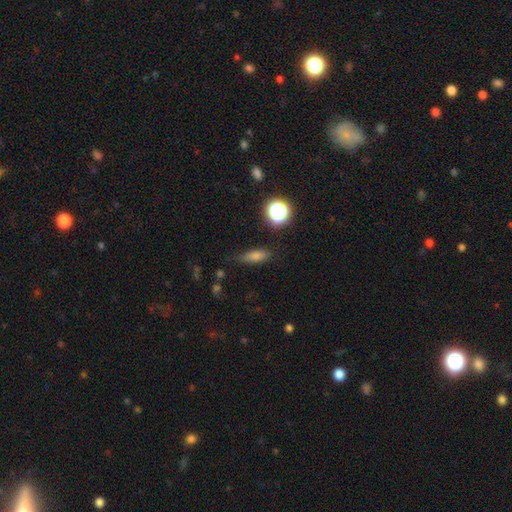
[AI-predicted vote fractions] Smooth or featured? Predicted: smooth (p=0.71). How rounded? Predicted: in between (p=0.52). Merging? Predicted: none (p=0.74).